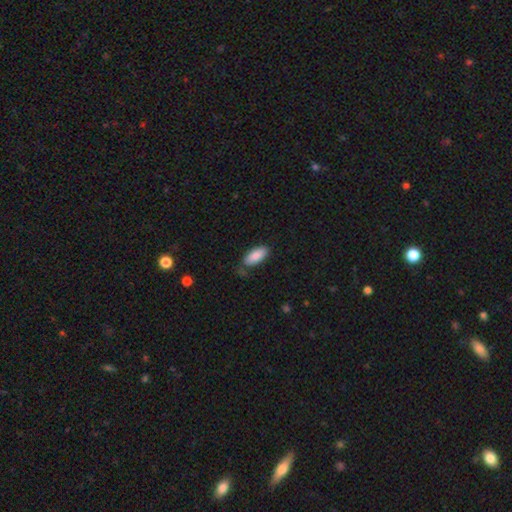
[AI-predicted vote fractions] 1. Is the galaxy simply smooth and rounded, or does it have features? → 88% smooth, 6% star or artifact, 6% featured or disk.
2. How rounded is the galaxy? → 85% in between, 13% cigar-shaped, 2% round.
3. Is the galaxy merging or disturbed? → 73% none, 19% minor disturbance, 4% major disturbance, 3% merger.